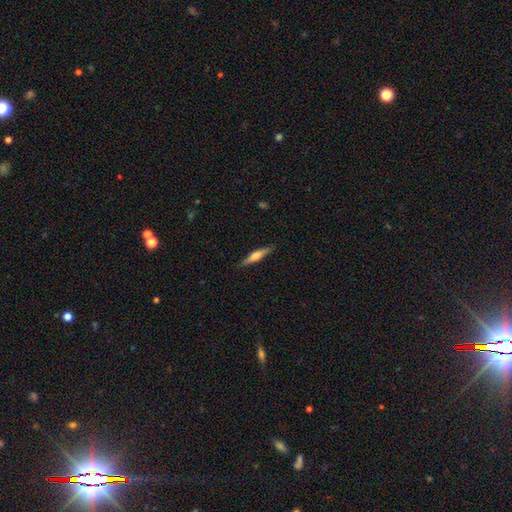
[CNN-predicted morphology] smooth_or_featured: featured or disk (p=0.47) [tied with: smooth p=0.47]
merging: none (p=0.87) [alt: minor disturbance p=0.10]